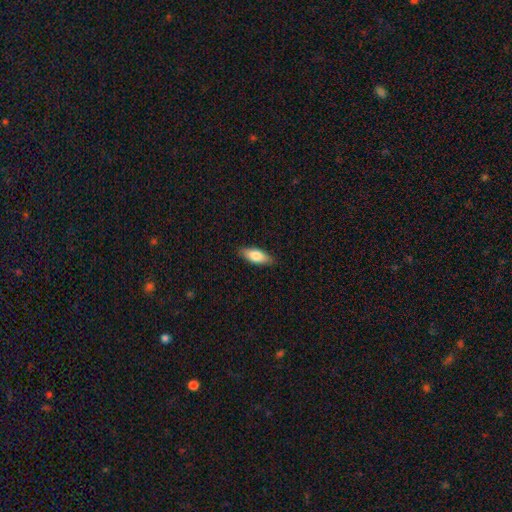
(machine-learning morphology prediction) This is likely a smooth galaxy (80%). How rounded: likely in between (73%). Merging: clearly none (87%).